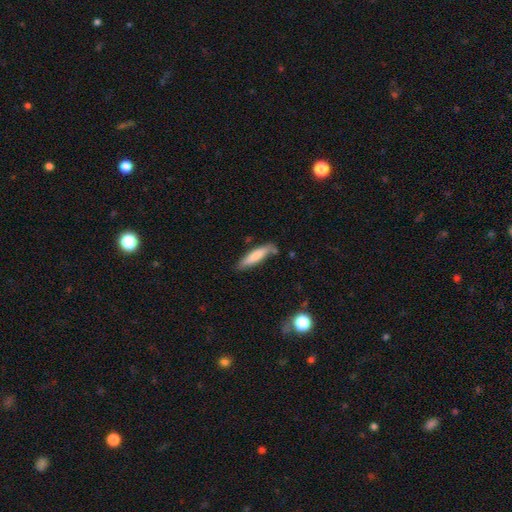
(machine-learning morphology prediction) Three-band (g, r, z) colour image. It shows a smooth galaxy with no disk features (76%) that is cigar-shaped (78%). Merging: none (68%).